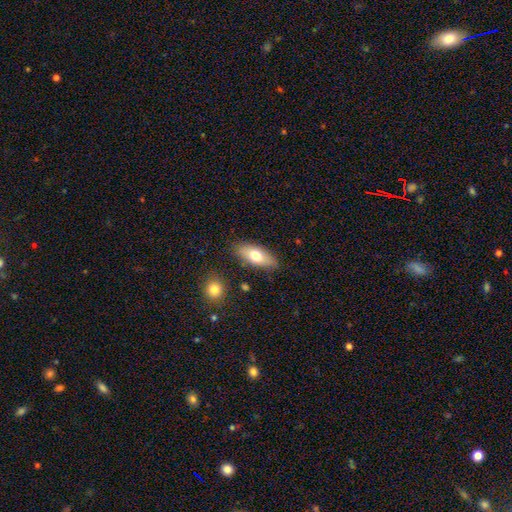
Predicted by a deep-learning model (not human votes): Q: Smooth or featured?
A: smooth (70%); runner-up: featured or disk (24%)
Q: How rounded?
A: in between (78%); runner-up: cigar-shaped (19%)
Q: Merging?
A: none (82%); runner-up: minor disturbance (13%)